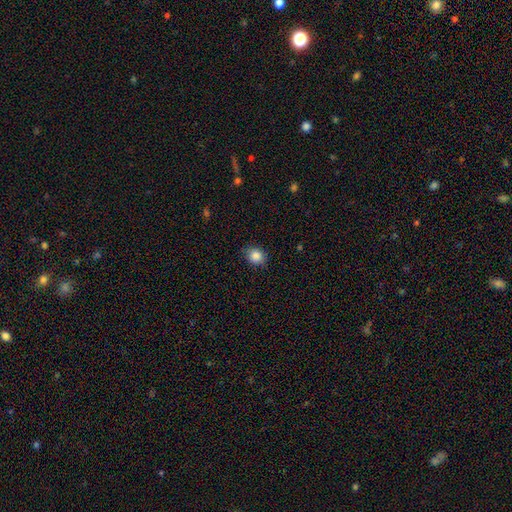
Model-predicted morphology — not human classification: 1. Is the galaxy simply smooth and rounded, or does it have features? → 86% smooth, 9% star or artifact, 4% featured or disk.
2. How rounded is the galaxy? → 69% round, 30% in between, 1% cigar-shaped.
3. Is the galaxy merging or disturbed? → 84% none, 12% minor disturbance, 3% major disturbance, 1% merger.